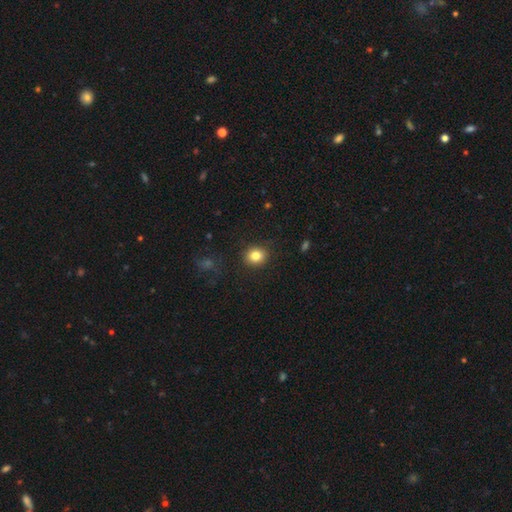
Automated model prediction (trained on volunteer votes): smooth_or_featured: smooth (p=0.83) [alt: star or artifact p=0.11]
how_rounded: round (p=0.76) [alt: in between p=0.23]
merging: none (p=0.89) [alt: minor disturbance p=0.08]